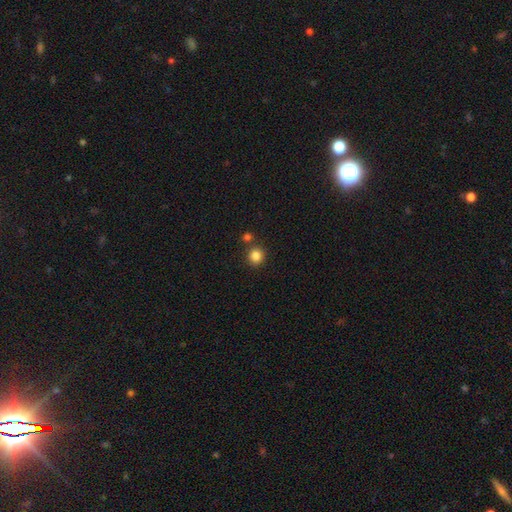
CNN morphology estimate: A smooth galaxy with no disk features (84%) that is round (91%). Merging: none (80%).